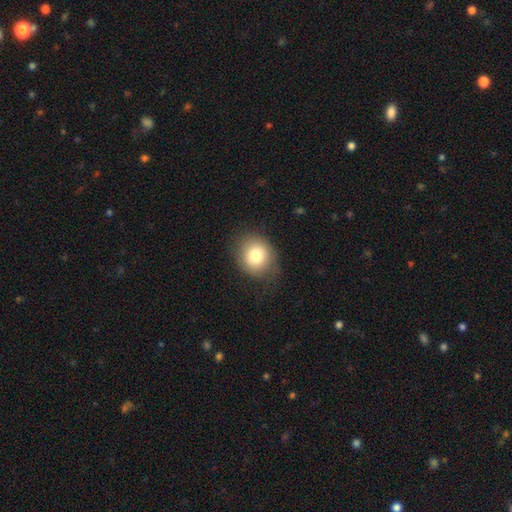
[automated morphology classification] A smooth galaxy with no disk features (78%) that is round (75%).

Vote fractions:
- Smooth or featured? smooth: 78% / featured or disk: 12% / star or artifact: 9%
- How rounded? round: 75% / in between: 24% / cigar-shaped: 1%
- Merging? none: 74% / minor disturbance: 18% / major disturbance: 7% / merger: 1%